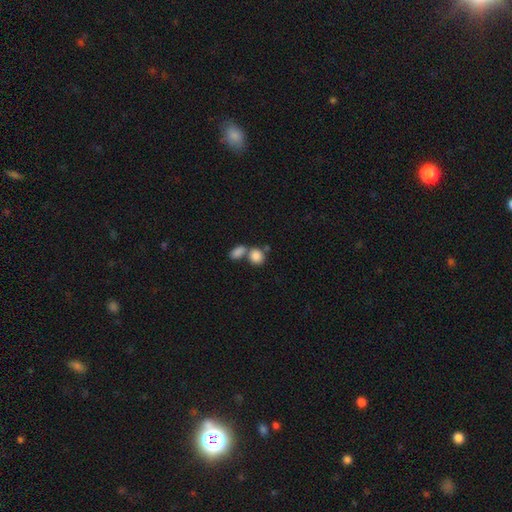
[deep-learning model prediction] Q: Smooth or featured?
A: smooth (86%); runner-up: star or artifact (8%)
Q: How rounded?
A: round (51%); runner-up: in between (48%)
Q: Merging?
A: merger (52%); runner-up: none (36%)